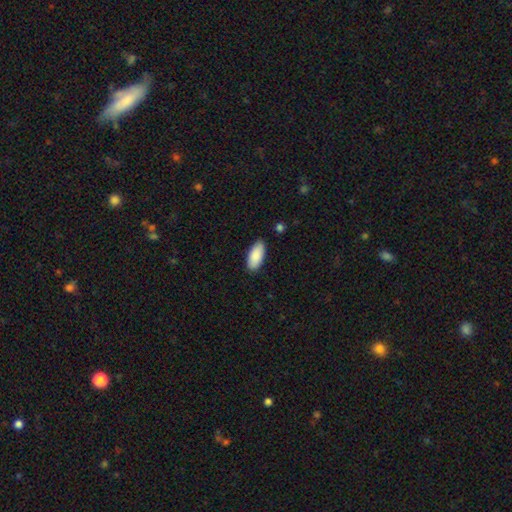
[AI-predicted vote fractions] Overall: smooth (89%). How rounded: in between (89%). Merging: none (87%).